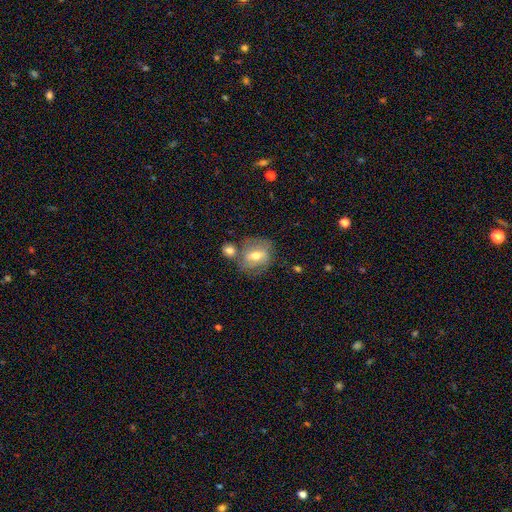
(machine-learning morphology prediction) Smooth or featured? smooth (51%)
How rounded? round (56%)
Merging? none (55%)